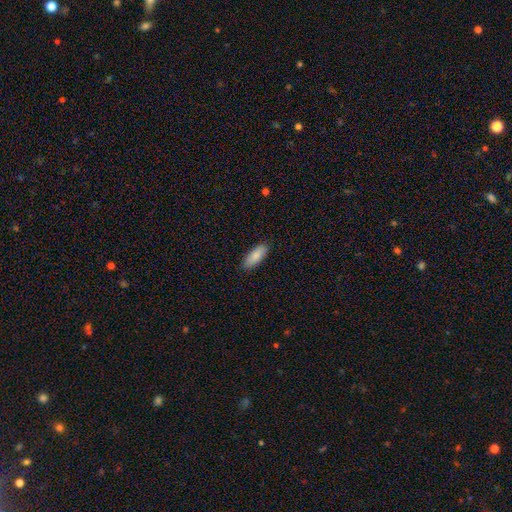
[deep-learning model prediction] A smooth galaxy with no disk features (87%) that is in between round and cigar-shaped (73%). Merging: none (89%).